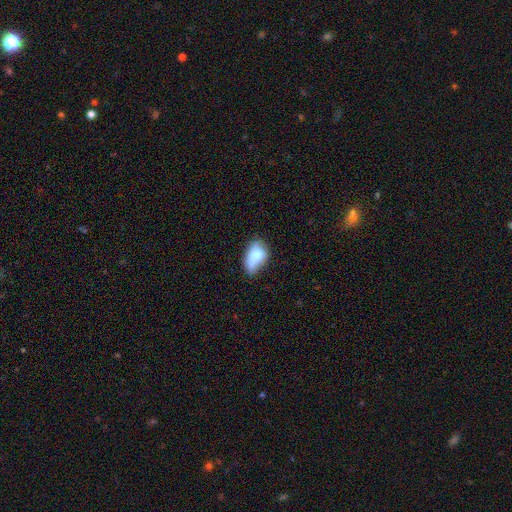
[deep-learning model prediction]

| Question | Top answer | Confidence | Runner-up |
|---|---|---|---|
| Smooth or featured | smooth | 76% | featured or disk (15%) |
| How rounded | in between | 89% | round (8%) |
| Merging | none | 41% | minor disturbance (40%) |